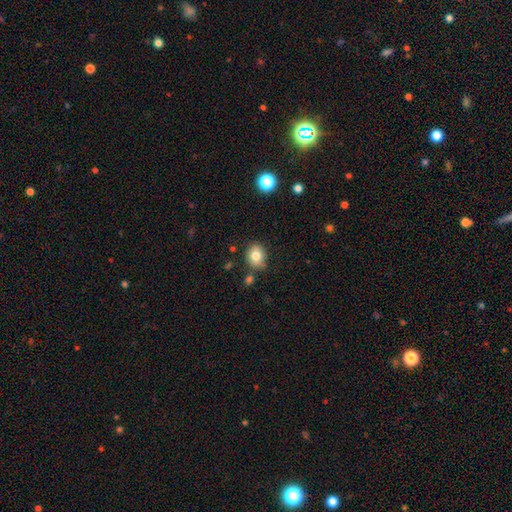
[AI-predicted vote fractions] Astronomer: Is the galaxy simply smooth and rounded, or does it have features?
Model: smooth — 78%.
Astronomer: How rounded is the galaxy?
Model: round — 57% (runner-up: in between, 42%).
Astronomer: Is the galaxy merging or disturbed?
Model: none — 77%.